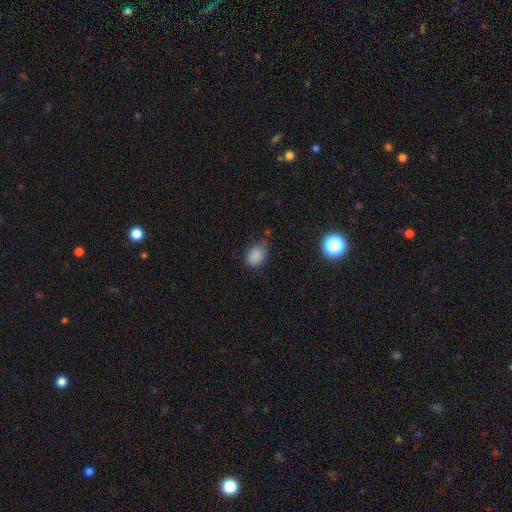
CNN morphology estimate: smooth 84%, star or artifact 12%, featured or disk 4%. Down the decision tree: how rounded — in between (71%); merging — none (59%).